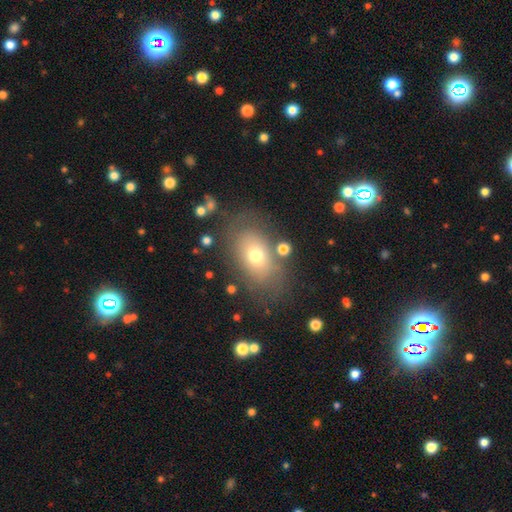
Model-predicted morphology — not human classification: type=smooth (63%); roundness=in between (81%); merging=none (70%).